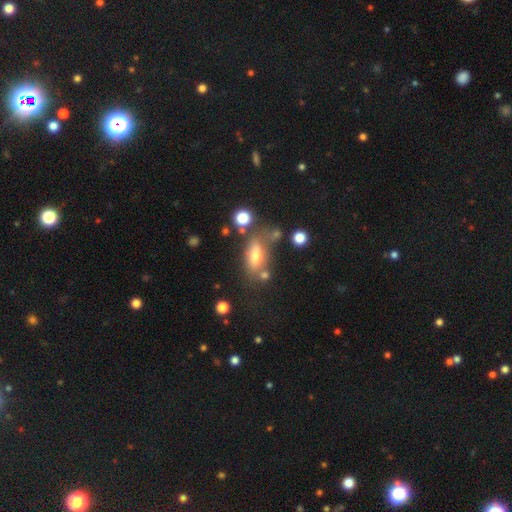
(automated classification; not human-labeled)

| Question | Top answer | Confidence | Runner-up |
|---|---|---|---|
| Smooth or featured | smooth | 60% | featured or disk (28%) |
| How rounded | in between | 75% | cigar-shaped (19%) |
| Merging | none | 57% | minor disturbance (19%) |